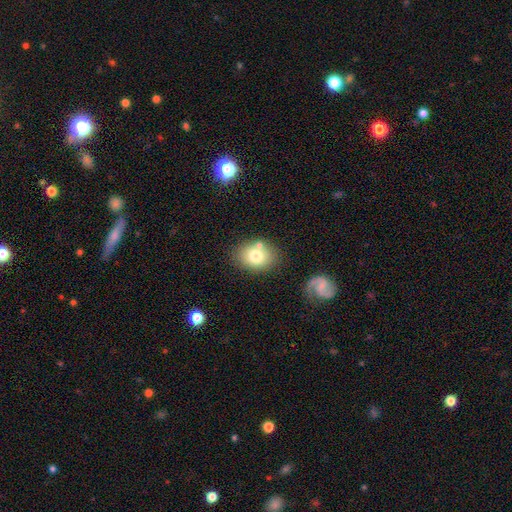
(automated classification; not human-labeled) Q: Smooth or featured?
A: smooth (76%); runner-up: featured or disk (16%)
Q: How rounded?
A: in between (60%); runner-up: round (39%)
Q: Merging?
A: none (70%); runner-up: minor disturbance (14%)